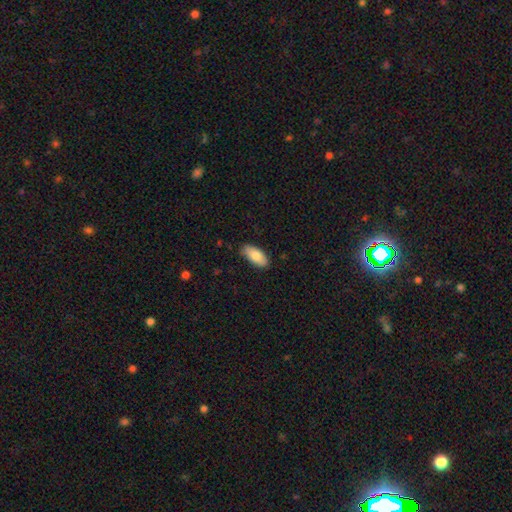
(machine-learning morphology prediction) Q: Smooth or featured?
A: smooth (83%); runner-up: featured or disk (11%)
Q: How rounded?
A: in between (89%); runner-up: cigar-shaped (9%)
Q: Merging?
A: none (84%); runner-up: minor disturbance (13%)